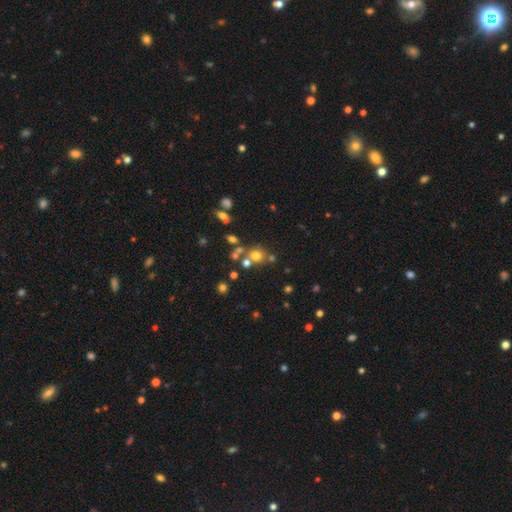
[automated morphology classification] smooth-or-featured: smooth: 64% | star or artifact: 23% | featured or disk: 14%
  how-rounded: round: 85% | in between: 14% | cigar-shaped: 1%
  merging: none: 62% | merger: 24% | minor disturbance: 10% | major disturbance: 5%